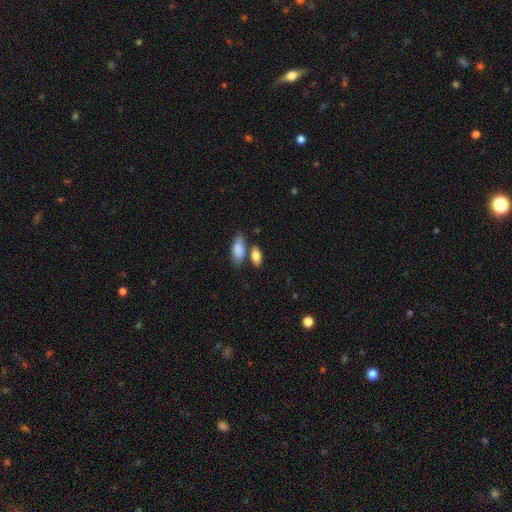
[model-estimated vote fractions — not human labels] Smooth or featured? Predicted: smooth (p=0.84). How rounded? Predicted: in between (p=0.85). Merging? Predicted: none (p=0.59).